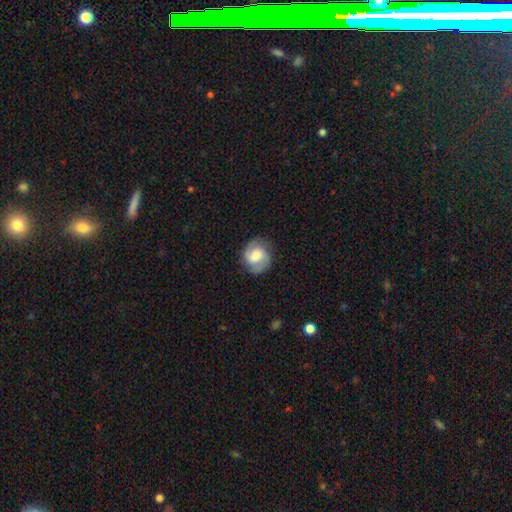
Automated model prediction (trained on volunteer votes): featured or disk 63%, smooth 30%, star or artifact 7%. Down the decision tree: edge-on disk — no (98%); bar — weak (46%); spiral arms — yes (91%); spiral arm count — 2 (84%); spiral winding — medium (46%); bulge size — moderate (45%); merging — none (79%).